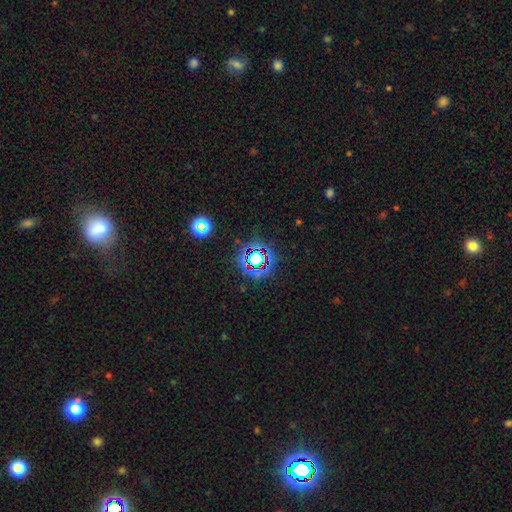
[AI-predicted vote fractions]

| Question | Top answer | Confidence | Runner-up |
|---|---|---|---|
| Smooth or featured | star or artifact | 71% | smooth (18%) |